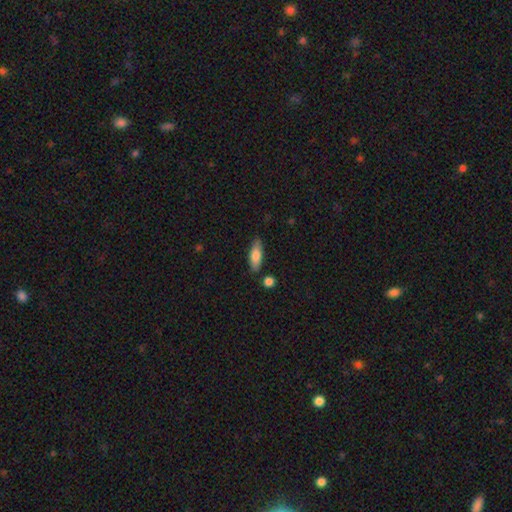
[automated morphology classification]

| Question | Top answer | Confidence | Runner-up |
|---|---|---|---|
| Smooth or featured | smooth | 78% | featured or disk (16%) |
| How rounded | in between | 62% | cigar-shaped (36%) |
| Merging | none | 81% | minor disturbance (12%) |